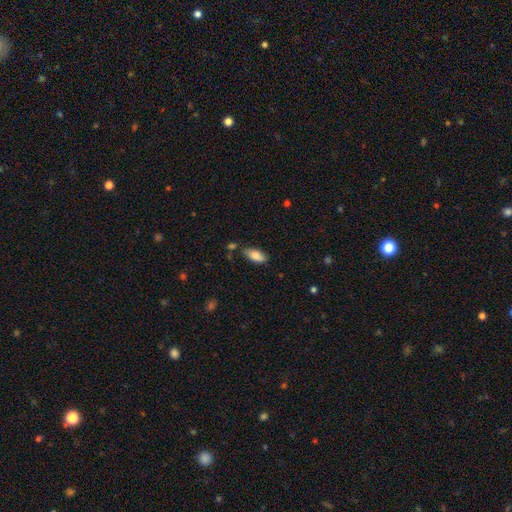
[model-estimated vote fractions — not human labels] The model was most divided on "merging": none: 72%, minor disturbance: 19%, merger: 6%, major disturbance: 4%. More confident: how rounded — in between (87%); smooth or featured — smooth (84%).